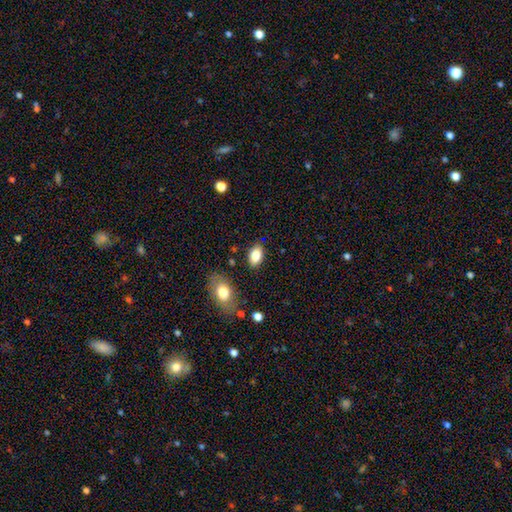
Q: Smooth or featured?
A: smooth (76%); runner-up: star or artifact (13%)
Q: How rounded?
A: in between (97%); runner-up: round (3%)
Q: Merging?
A: none (91%); runner-up: major disturbance (6%)